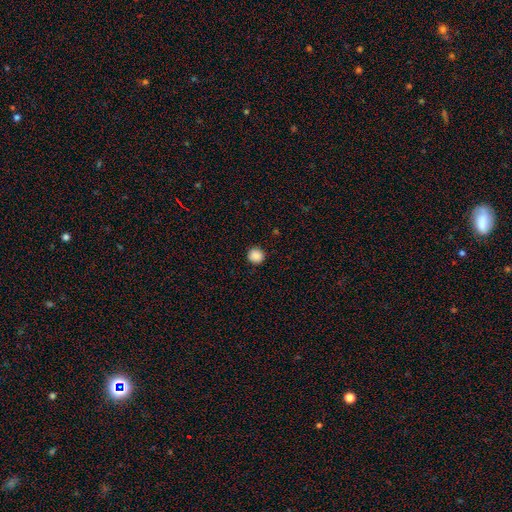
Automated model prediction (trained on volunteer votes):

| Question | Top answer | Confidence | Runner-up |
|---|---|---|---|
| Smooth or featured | smooth | 88% | star or artifact (10%) |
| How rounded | round | 93% | in between (6%) |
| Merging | none | 91% | minor disturbance (6%) |